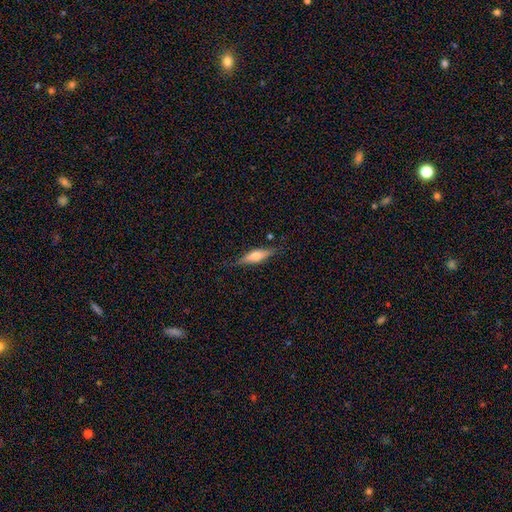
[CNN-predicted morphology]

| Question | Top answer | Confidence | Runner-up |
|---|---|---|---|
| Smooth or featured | smooth | 52% | featured or disk (42%) |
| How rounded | cigar-shaped | 61% | in between (36%) |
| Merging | none | 81% | minor disturbance (14%) |